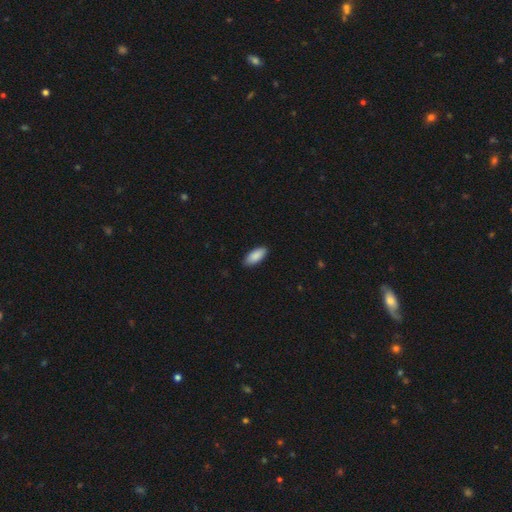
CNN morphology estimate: Smooth or featured: smooth — 90% (star or artifact — 6%)
How rounded: in between — 88% (cigar-shaped — 10%)
Merging: none — 89% (minor disturbance — 9%)